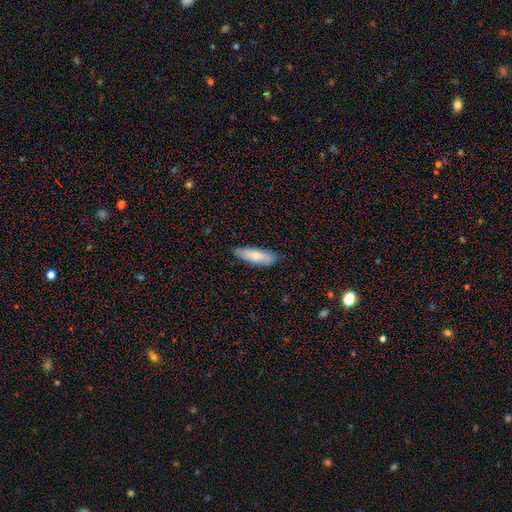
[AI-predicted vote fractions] The model was most divided on "how rounded": in between: 52%, cigar-shaped: 46%, round: 2%. More confident: merging — none (83%); smooth or featured — smooth (71%).